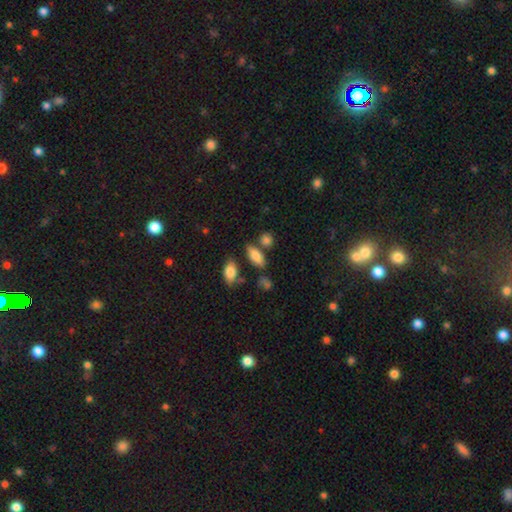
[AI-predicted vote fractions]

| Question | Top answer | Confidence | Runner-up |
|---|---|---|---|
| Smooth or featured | smooth | 82% | featured or disk (9%) |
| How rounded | in between | 82% | cigar-shaped (11%) |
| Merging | none | 71% | minor disturbance (14%) |